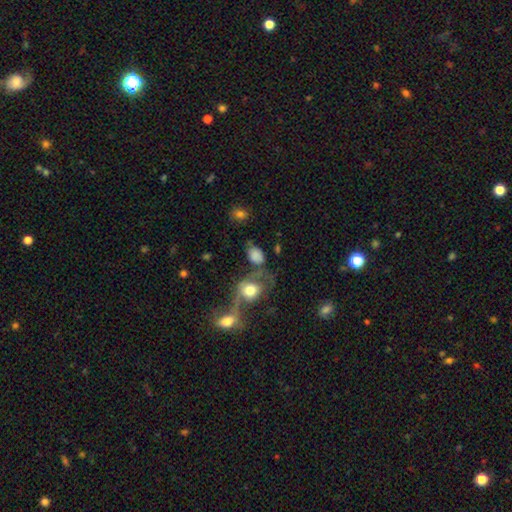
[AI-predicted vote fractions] smooth-or-featured: smooth: 75% | featured or disk: 15% | star or artifact: 11%
  how-rounded: in between: 75% | round: 23% | cigar-shaped: 2%
  merging: none: 38% | merger: 23% | minor disturbance: 21% | major disturbance: 18%